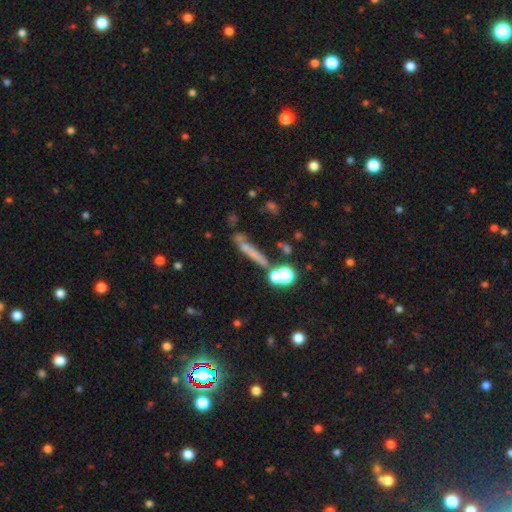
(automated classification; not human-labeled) Morphology: type=smooth (55%); roundness=cigar-shaped (81%); merging=none (60%).